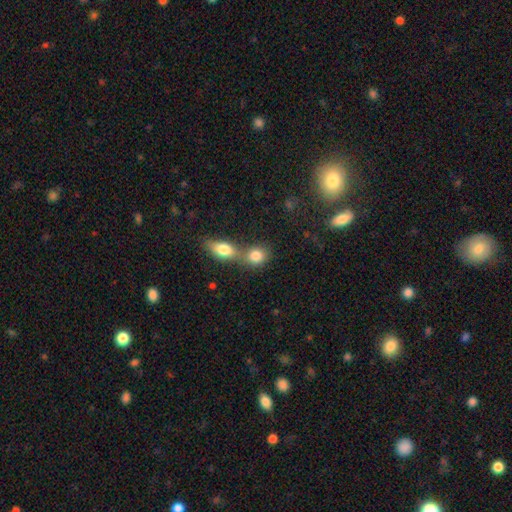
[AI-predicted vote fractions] smooth 82%, star or artifact 9%, featured or disk 9%. Down the decision tree: how rounded — round (61%); merging — merger (56%).